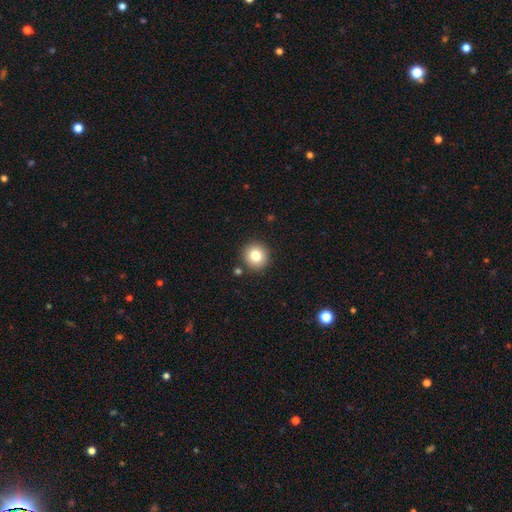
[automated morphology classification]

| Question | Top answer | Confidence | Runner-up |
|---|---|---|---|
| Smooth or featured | smooth | 80% | star or artifact (11%) |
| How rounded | round | 93% | in between (6%) |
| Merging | none | 88% | minor disturbance (6%) |